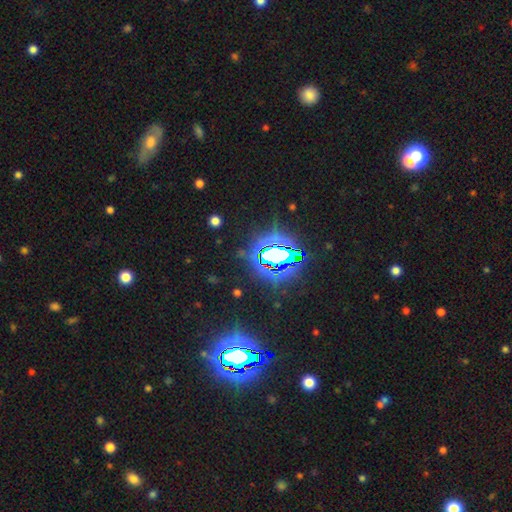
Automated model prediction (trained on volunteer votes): Smooth or featured?
  - star or artifact: 83% *
  - smooth: 10%
  - featured or disk: 7%